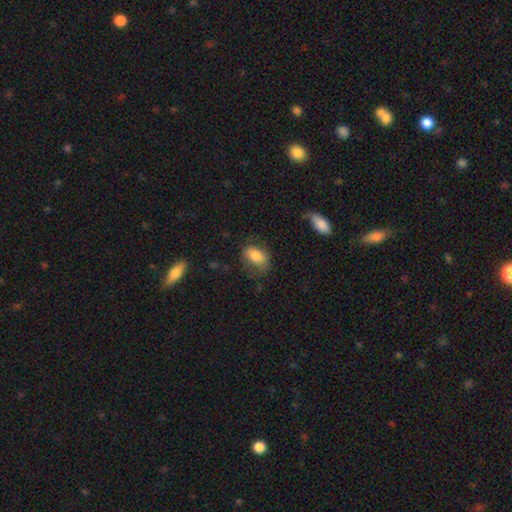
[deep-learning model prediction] This appears to be a smooth galaxy with no disk features (79%) that is in between round and cigar-shaped (87%). Merging: none (56%).